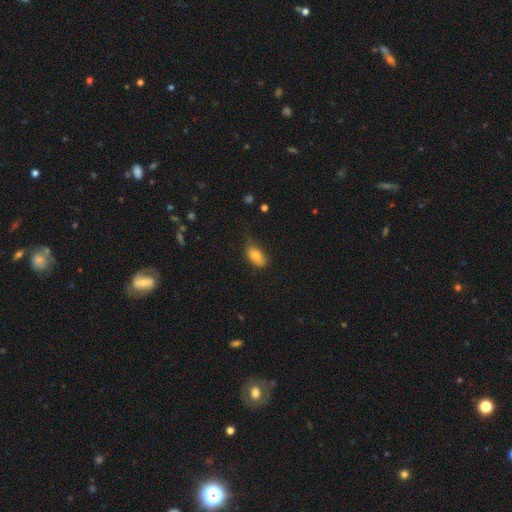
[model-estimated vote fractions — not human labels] smooth_or_featured: smooth (p=0.79) [alt: featured or disk p=0.13]
how_rounded: in between (p=0.89) [alt: round p=0.07]
merging: none (p=0.54) [alt: minor disturbance p=0.35]